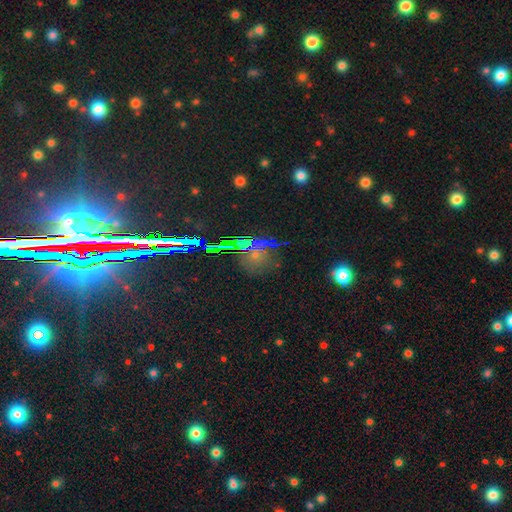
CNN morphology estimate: The model was most divided on "smooth or featured": star or artifact: 50%, smooth: 34%, featured or disk: 15%.